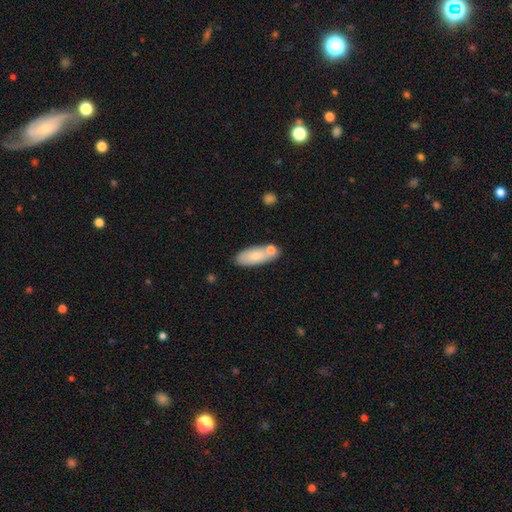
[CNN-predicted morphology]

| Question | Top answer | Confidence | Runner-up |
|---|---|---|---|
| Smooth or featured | smooth | 74% | featured or disk (20%) |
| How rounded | in between | 79% | cigar-shaped (18%) |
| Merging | none | 63% | merger (18%) |